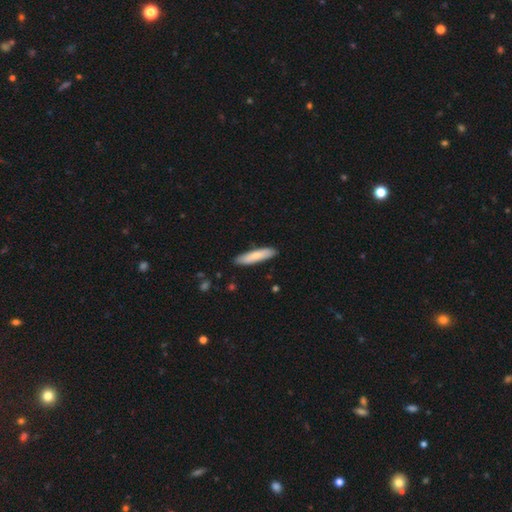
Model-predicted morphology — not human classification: smooth-or-featured: smooth: 77% | featured or disk: 18% | star or artifact: 5%
  how-rounded: cigar-shaped: 76% | in between: 22% | round: 1%
  merging: none: 88% | minor disturbance: 9% | major disturbance: 2% | merger: 1%